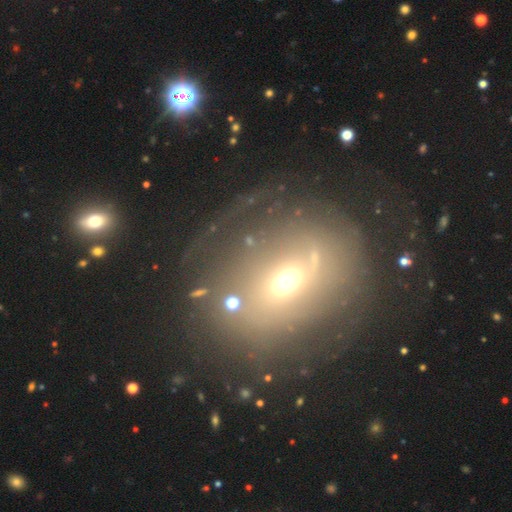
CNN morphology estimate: Smooth or featured?
  - featured or disk: 45% *
  - smooth: 35%
  - star or artifact: 21%
Merging?
  - none: 65% *
  - minor disturbance: 17%
  - major disturbance: 12%
  - merger: 6%